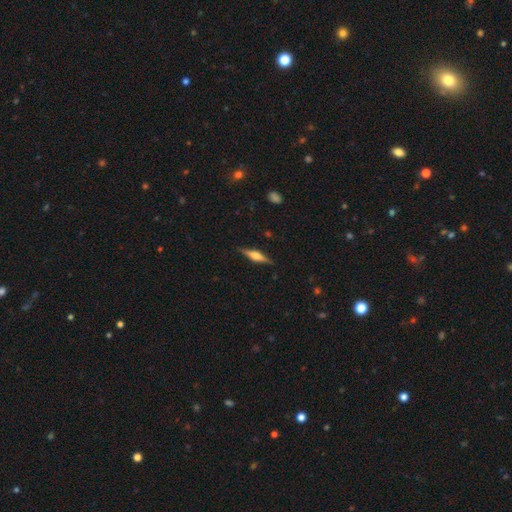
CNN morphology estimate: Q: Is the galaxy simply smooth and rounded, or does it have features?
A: featured or disk — 68%.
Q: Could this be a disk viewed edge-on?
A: yes — 97%.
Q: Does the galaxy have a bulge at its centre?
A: rounded — 84%.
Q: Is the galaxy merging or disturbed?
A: none — 89%.